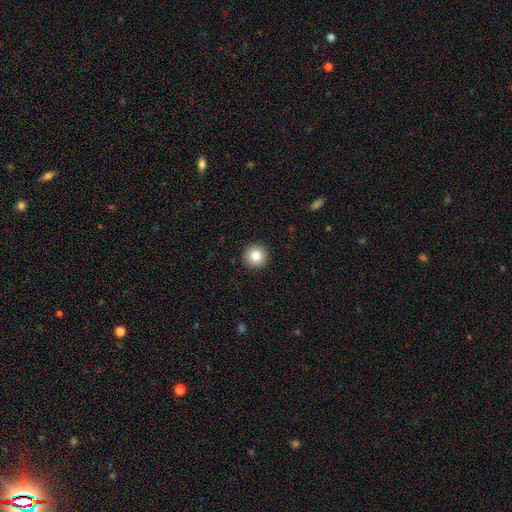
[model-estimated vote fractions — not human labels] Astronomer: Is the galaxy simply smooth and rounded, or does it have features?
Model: smooth — 82%.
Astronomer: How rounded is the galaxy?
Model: round — 96%.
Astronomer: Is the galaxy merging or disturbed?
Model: none — 93%.